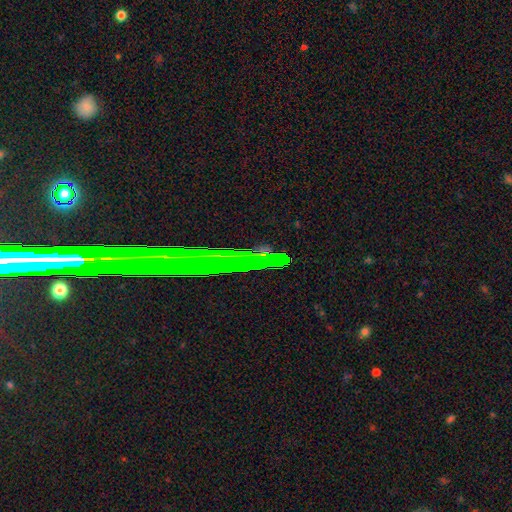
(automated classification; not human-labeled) This appears to be a star or artifact, not a galaxy (43%).